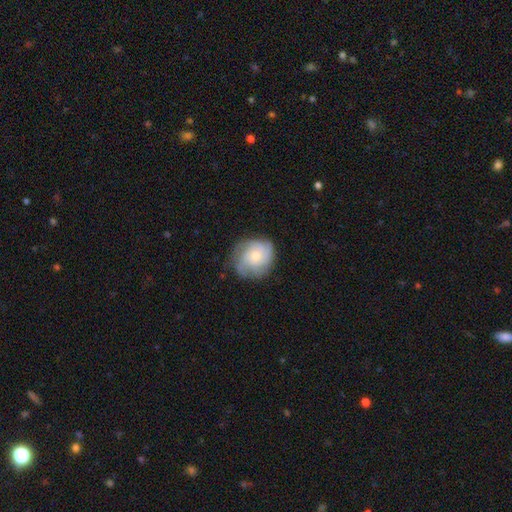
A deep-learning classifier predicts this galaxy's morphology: type=featured or disk (58%); edge-on=no (97%); bar=no (82%); spiral arms=yes (85%); bulge=moderate (54%); merging=none (66%).